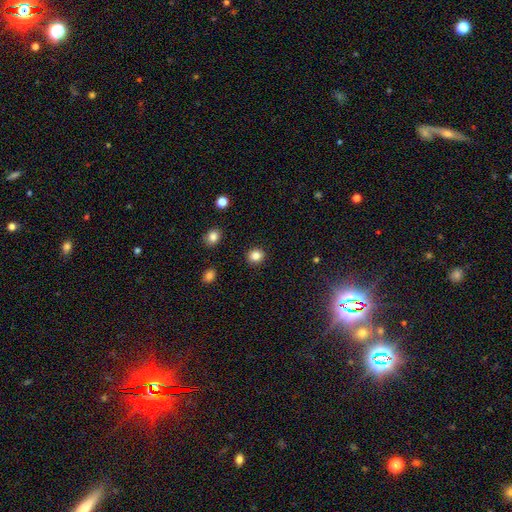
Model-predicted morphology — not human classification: Smooth or featured: smooth — 85% (star or artifact — 10%)
How rounded: round — 81% (in between — 18%)
Merging: none — 91% (minor disturbance — 6%)